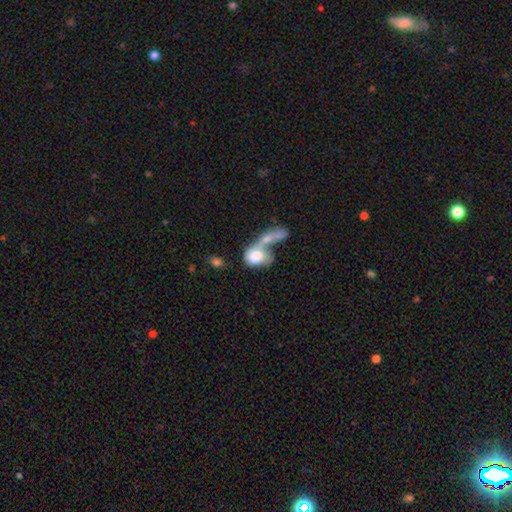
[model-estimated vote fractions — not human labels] A smooth galaxy with no disk features (68%) that is in between round and cigar-shaped (68%).

Vote fractions:
- Smooth or featured? smooth: 68% / featured or disk: 24% / star or artifact: 8%
- How rounded? in between: 68% / round: 28% / cigar-shaped: 4%
- Merging? merger: 68% / major disturbance: 15% / none: 11% / minor disturbance: 6%